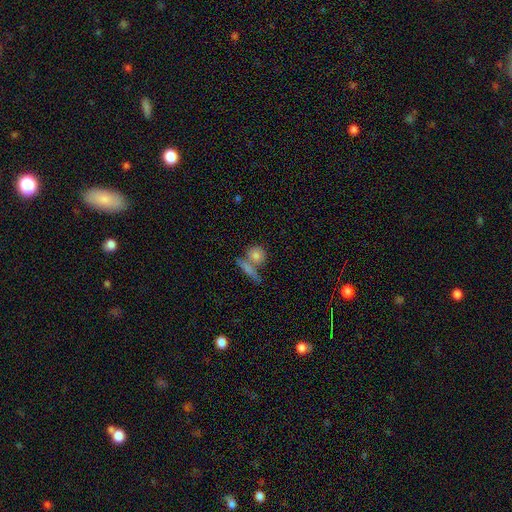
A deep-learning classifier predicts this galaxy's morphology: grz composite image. It shows a smooth galaxy with no disk features (74%) that is round (74%). Merging: none (54%).